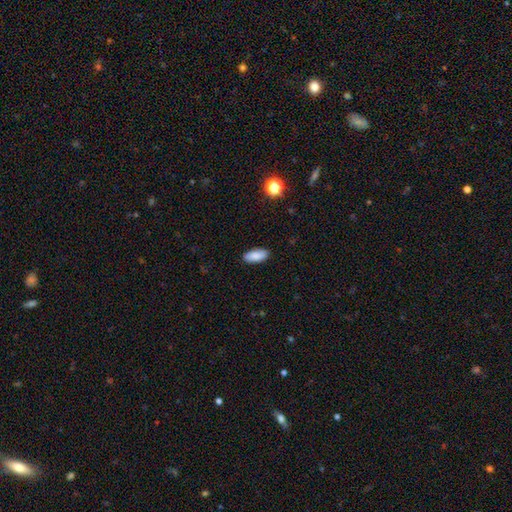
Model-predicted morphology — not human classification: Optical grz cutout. It shows a smooth galaxy with no disk features (87%) that is in between round and cigar-shaped (88%). Merging: none (89%).